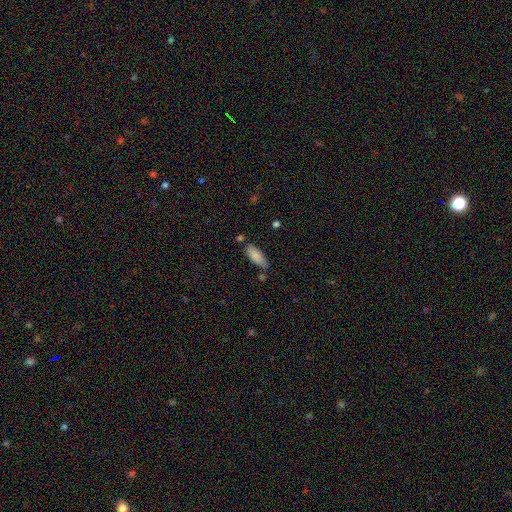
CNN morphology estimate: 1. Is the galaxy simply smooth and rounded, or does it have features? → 86% smooth, 7% featured or disk, 7% star or artifact.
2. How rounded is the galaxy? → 72% in between, 26% cigar-shaped, 2% round.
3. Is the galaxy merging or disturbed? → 66% none, 21% minor disturbance, 9% merger, 4% major disturbance.